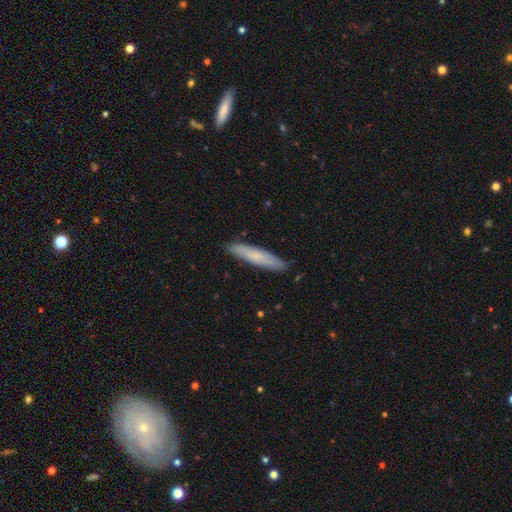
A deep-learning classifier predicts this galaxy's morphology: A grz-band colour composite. It shows a smooth galaxy with no disk features (64%) that is cigar-shaped (87%). Merging: none (86%).